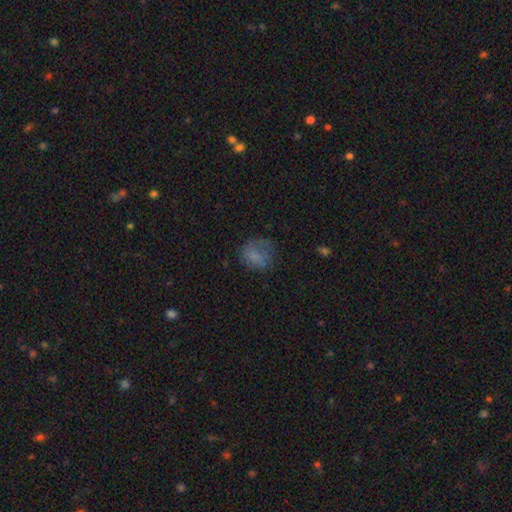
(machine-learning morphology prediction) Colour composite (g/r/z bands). It shows a smooth galaxy with no disk features (73%) that is round (68%). Merging: none (55%).